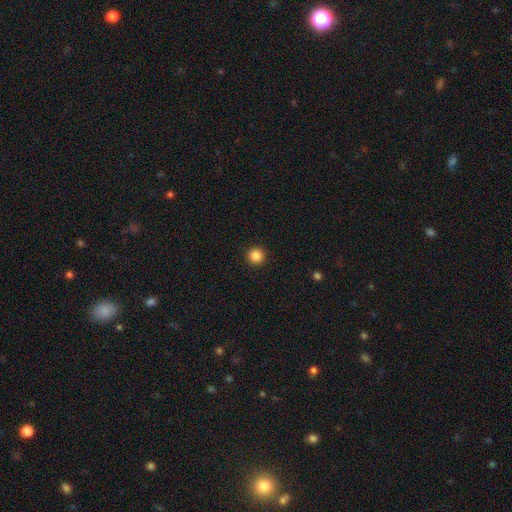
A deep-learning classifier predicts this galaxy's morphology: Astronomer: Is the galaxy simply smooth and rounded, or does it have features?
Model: smooth — 86%.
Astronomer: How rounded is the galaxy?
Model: round — 96%.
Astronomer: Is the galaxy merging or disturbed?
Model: none — 93%.